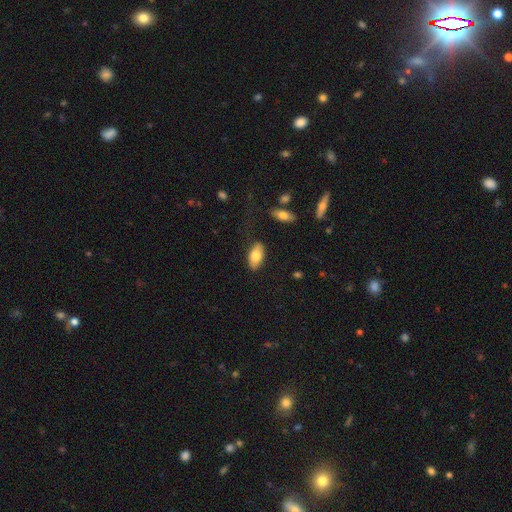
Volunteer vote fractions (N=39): Morphology: type=smooth (79%); roundness=in between (84%); merging=none (84%).